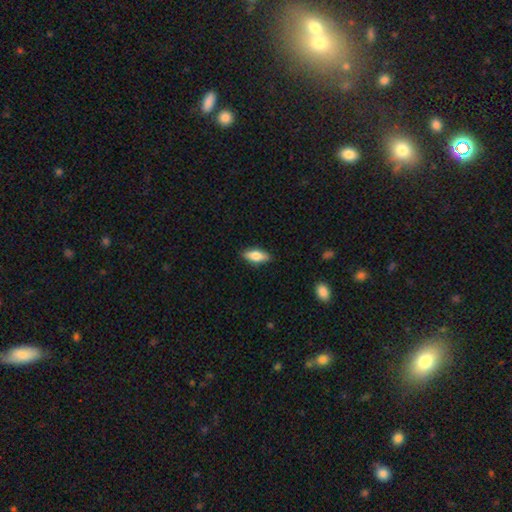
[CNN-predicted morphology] A smooth galaxy with no disk features (71%) that is in between round and cigar-shaped (74%).

Vote fractions:
- Smooth or featured? smooth: 71% / featured or disk: 23% / star or artifact: 6%
- How rounded? in between: 74% / cigar-shaped: 23% / round: 3%
- Merging? none: 87% / minor disturbance: 10% / major disturbance: 2% / merger: 1%